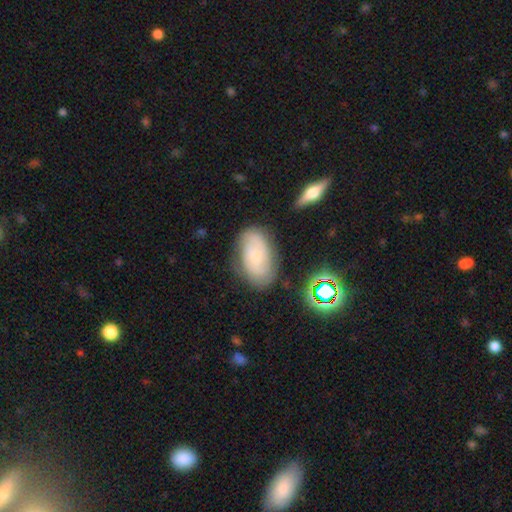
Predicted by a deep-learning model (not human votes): Smooth or featured: featured or disk — 58% (smooth — 33%)
Edge-on disk: no — 94% (yes — 6%)
Bar: no — 64% (weak — 30%)
Spiral arms: yes — 88% (no — 12%)
Bulge size: small — 70% (moderate — 19%)
Merging: none — 75% (minor disturbance — 17%)